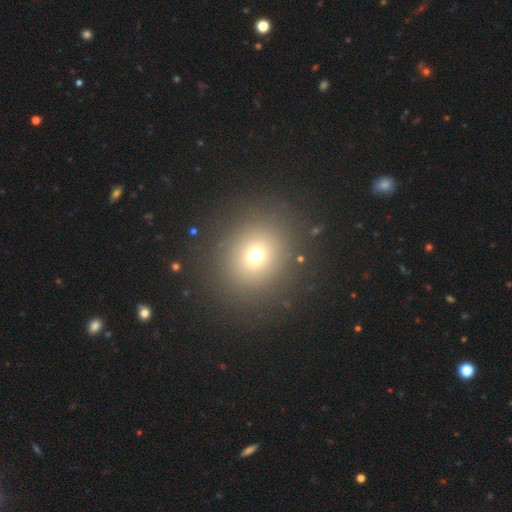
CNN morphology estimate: The model was most divided on "smooth or featured": smooth: 68%, star or artifact: 21%, featured or disk: 11%. More confident: merging — none (88%); how rounded — round (82%).